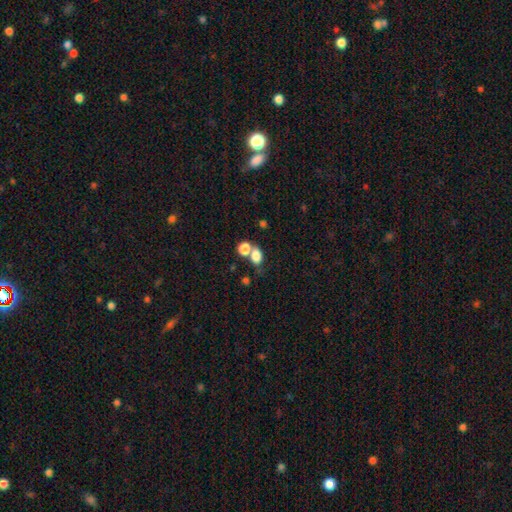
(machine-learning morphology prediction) The model was most divided on "merging" (2-way tie): none: 42%, merger: 42%, minor disturbance: 10%, major disturbance: 6%. More confident: smooth or featured — smooth (80%); how rounded — in between (63%).